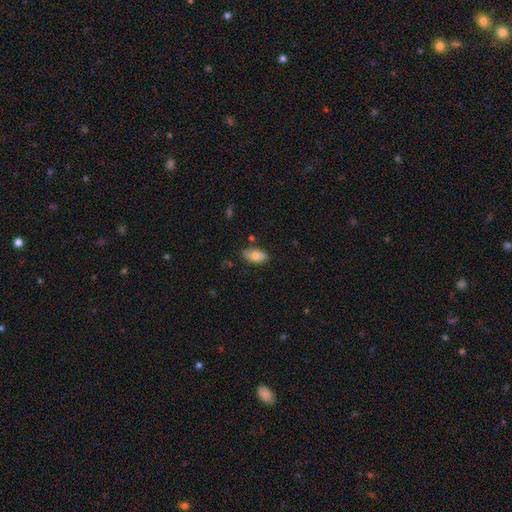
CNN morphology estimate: Smooth or featured? smooth (79%)
How rounded? in between (91%)
Merging? none (77%)